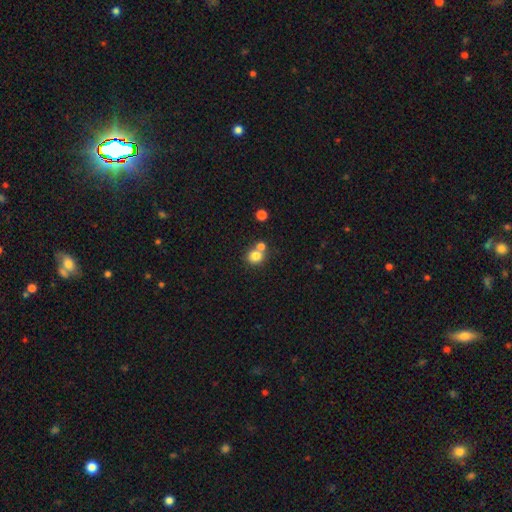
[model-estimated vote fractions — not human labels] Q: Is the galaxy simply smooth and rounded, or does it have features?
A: smooth — 81%.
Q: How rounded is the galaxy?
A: round — 82%.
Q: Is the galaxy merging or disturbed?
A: none — 52%.